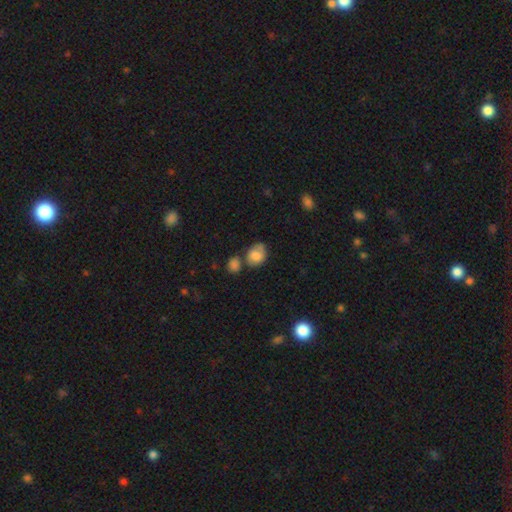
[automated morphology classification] smooth-or-featured: smooth: 73% | featured or disk: 18% | star or artifact: 9%
  how-rounded: round: 50% | in between: 49% | cigar-shaped: 1%
  merging: none: 47% | merger: 23% | minor disturbance: 22% | major disturbance: 8%